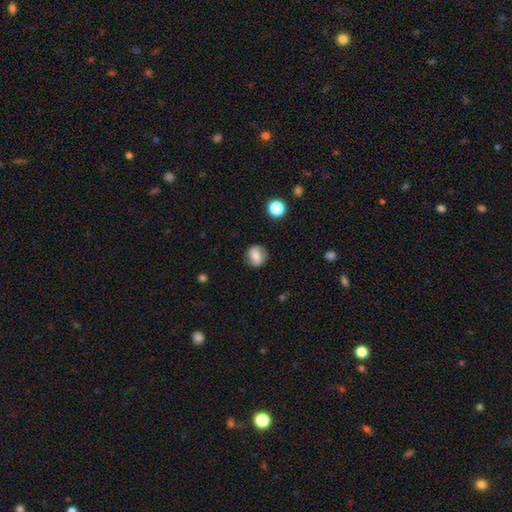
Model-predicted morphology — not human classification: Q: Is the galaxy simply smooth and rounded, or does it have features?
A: smooth — 59%.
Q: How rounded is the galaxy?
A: round — 82%.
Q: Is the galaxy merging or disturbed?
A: none — 82%.